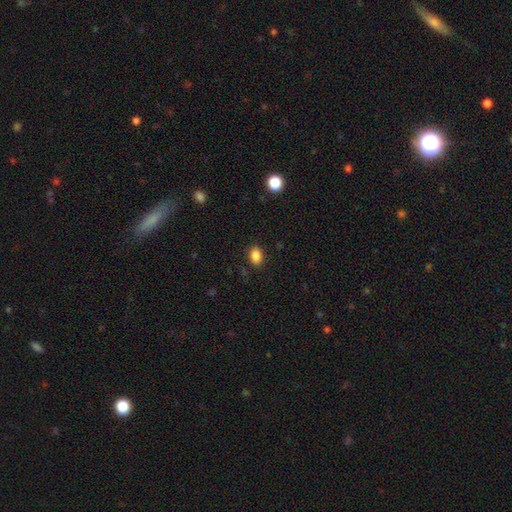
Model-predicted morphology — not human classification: Smooth or featured: smooth — 86% (star or artifact — 10%)
How rounded: in between — 76% (round — 23%)
Merging: none — 88% (minor disturbance — 9%)